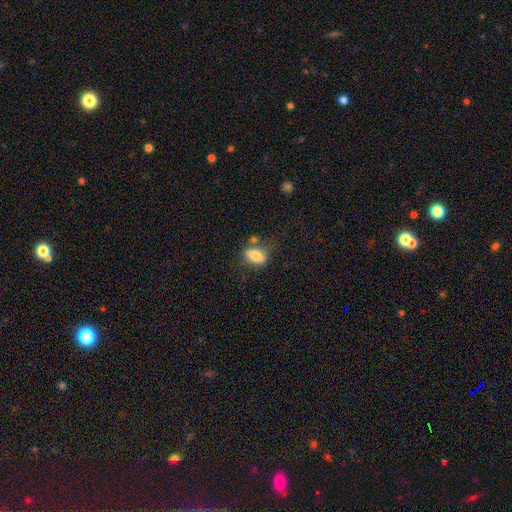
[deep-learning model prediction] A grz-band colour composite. It shows a smooth galaxy with no disk features (81%) that is in between round and cigar-shaped (83%). Merging: none (65%).